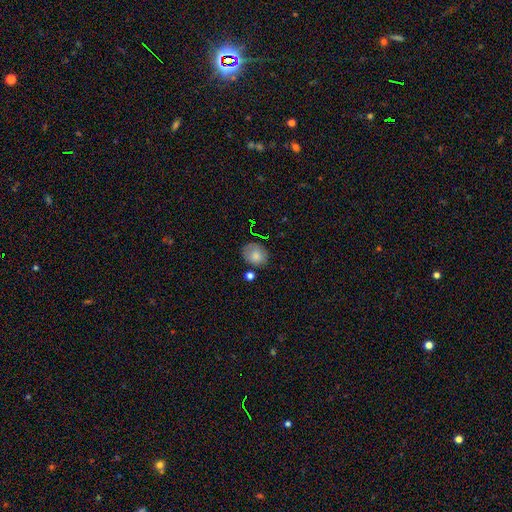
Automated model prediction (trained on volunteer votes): smooth-or-featured: smooth: 80% | featured or disk: 11% | star or artifact: 9%
  how-rounded: round: 53% | in between: 46% | cigar-shaped: 1%
  merging: none: 69% | minor disturbance: 21% | merger: 6% | major disturbance: 5%